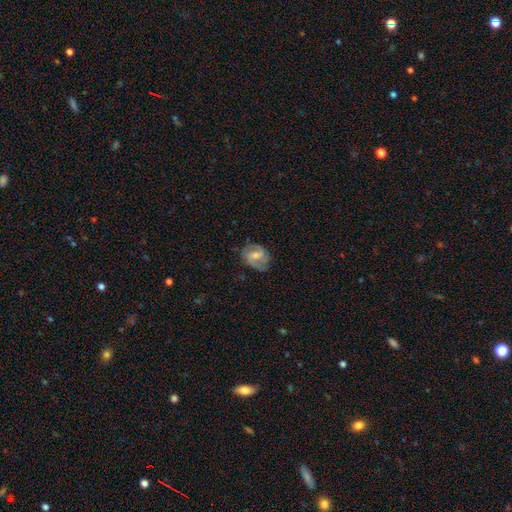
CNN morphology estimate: type=featured or disk (64%); edge-on=no (97%); bar=weak (51%); spiral arms=yes (84%); winding=medium (47%); arm count=2 (79%); bulge=moderate (52%); merging=none (69%).